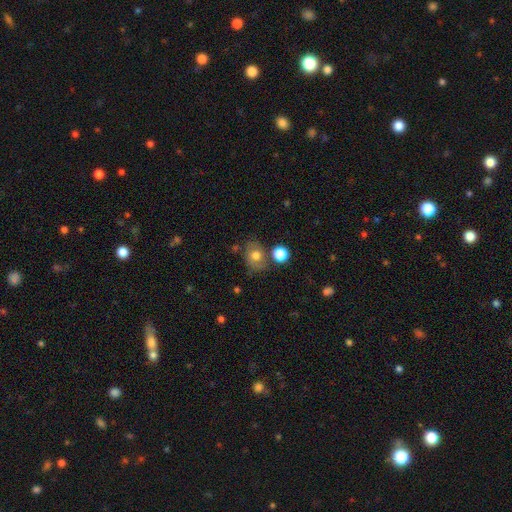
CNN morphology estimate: This appears to be a smooth galaxy with no disk features (64%) that is round (51%). Merging: none (63%).